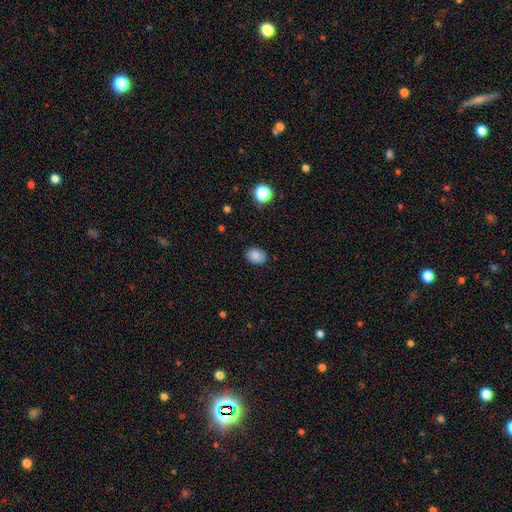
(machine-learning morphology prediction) Q: Smooth or featured?
A: smooth (84%); runner-up: star or artifact (10%)
Q: How rounded?
A: in between (71%); runner-up: round (28%)
Q: Merging?
A: none (83%); runner-up: minor disturbance (13%)